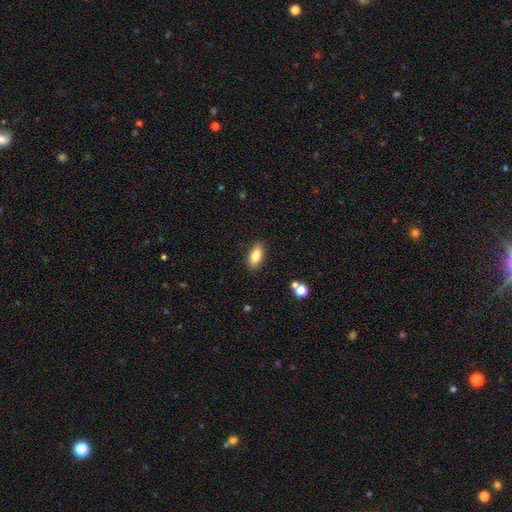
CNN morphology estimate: The model was most divided on "smooth or featured": smooth: 83%, featured or disk: 10%, star or artifact: 8%. More confident: how rounded — in between (88%); merging — none (87%).